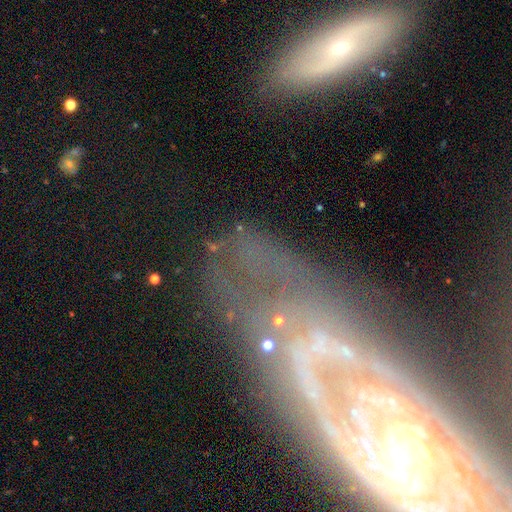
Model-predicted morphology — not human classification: The model was most divided on "bulge size": small: 35%, moderate: 29%, none: 25%, large: 7%, dominant: 4%. More confident: edge-on disk — no (86%); smooth or featured — featured or disk (61%); spiral arms — yes (59%); merging — none (56%); bar — no (51%).